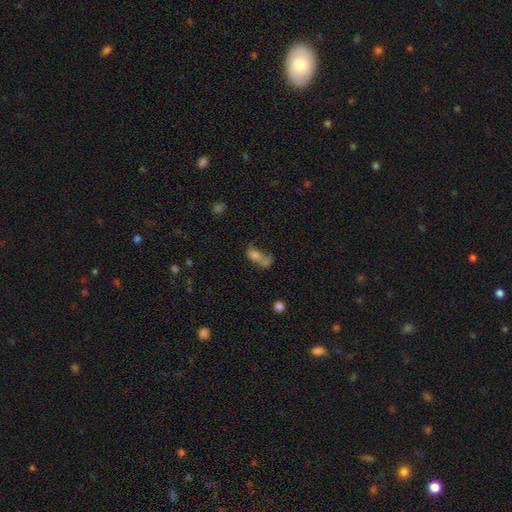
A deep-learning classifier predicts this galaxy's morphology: Smooth or featured? Predicted: smooth (p=0.62). How rounded? Predicted: in between (p=0.67). Merging? Predicted: merger (p=0.43).